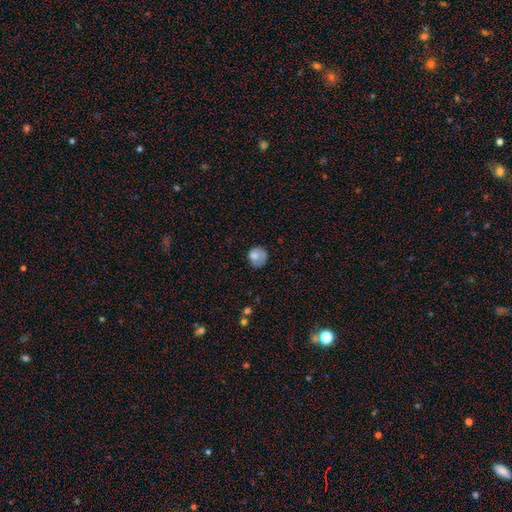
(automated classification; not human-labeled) A smooth galaxy with no disk features (75%) that is round (79%).

Vote fractions:
- Smooth or featured? smooth: 75% / featured or disk: 16% / star or artifact: 9%
- How rounded? round: 79% / in between: 20% / cigar-shaped: 1%
- Merging? none: 56% / minor disturbance: 27% / major disturbance: 14% / merger: 3%